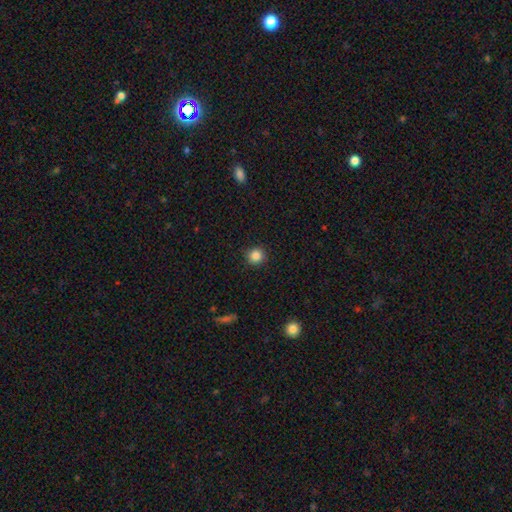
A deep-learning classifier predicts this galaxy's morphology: A smooth galaxy with no disk features (86%) that is round (93%). Merging: none (91%).